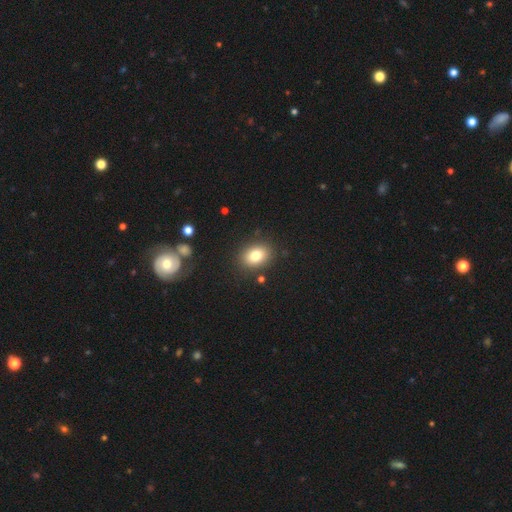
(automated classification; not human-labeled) A smooth galaxy with no disk features (79%) that is in between round and cigar-shaped (63%). Merging: none (86%).